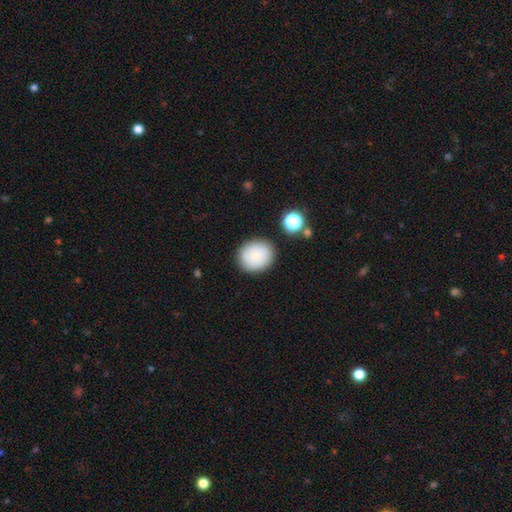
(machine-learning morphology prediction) smooth 76%, featured or disk 16%, star or artifact 8%. Down the decision tree: how rounded — round (75%); merging — none (84%).